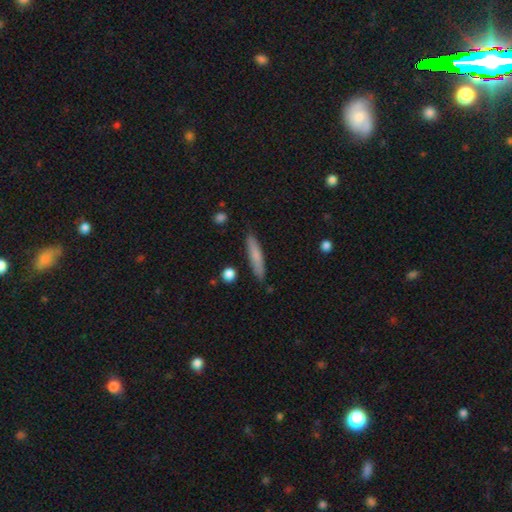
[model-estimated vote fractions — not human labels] Smooth or featured? smooth (71%)
How rounded? cigar-shaped (90%)
Merging? none (86%)